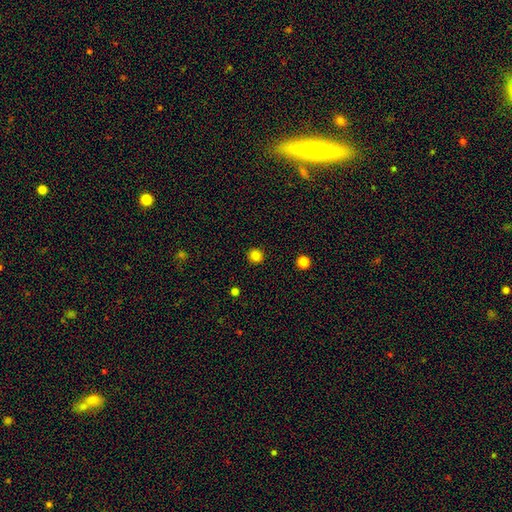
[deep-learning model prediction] Overall: smooth (84%). How rounded: round (93%). Merging: none (92%).